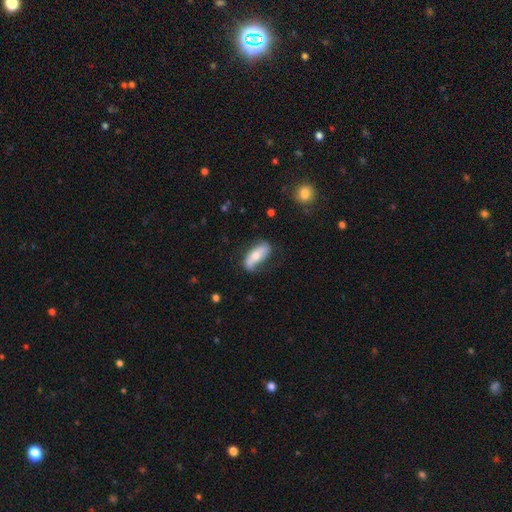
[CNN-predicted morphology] Smooth or featured? smooth (54%)
How rounded? in between (72%)
Merging? none (61%)